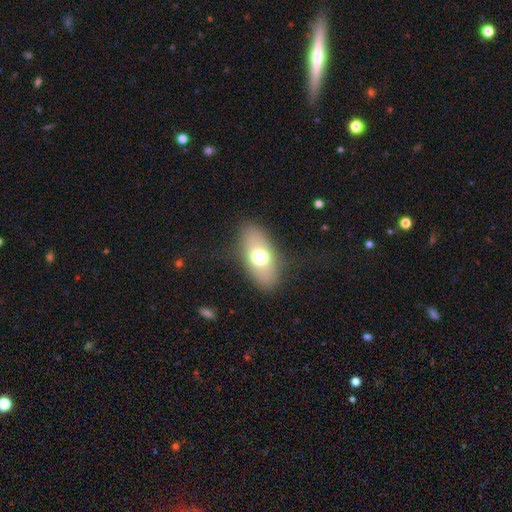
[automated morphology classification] This is likely a smooth galaxy (66%). How rounded: clearly in between (86%). Merging: clearly none (82%).